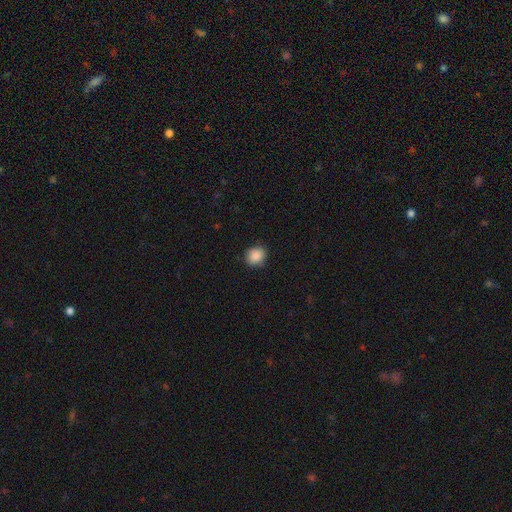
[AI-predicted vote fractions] smooth_or_featured: smooth (p=0.88) [alt: star or artifact p=0.08]
how_rounded: round (p=0.71) [alt: in between p=0.28]
merging: none (p=0.82) [alt: minor disturbance p=0.14]